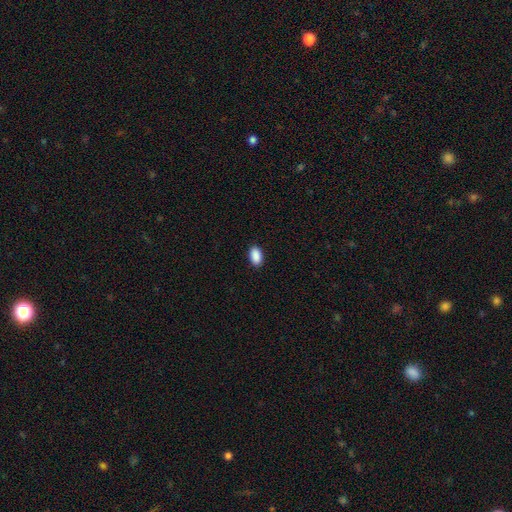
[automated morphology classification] Smooth or featured: smooth — 91% (star or artifact — 7%)
How rounded: in between — 93% (round — 5%)
Merging: none — 90% (minor disturbance — 8%)